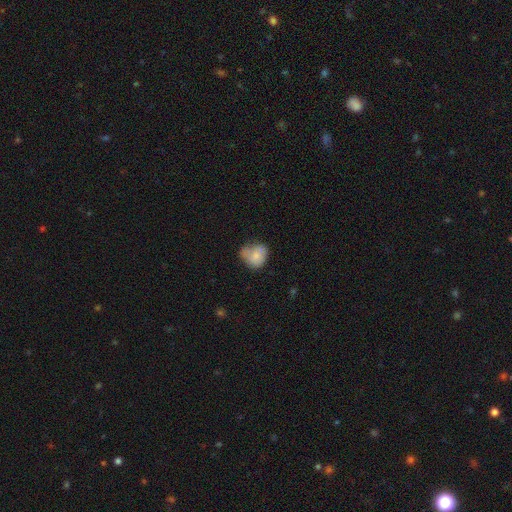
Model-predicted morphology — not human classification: This appears to be a smooth galaxy with no disk features (73%) that is round (60%). Merging: none (37%).